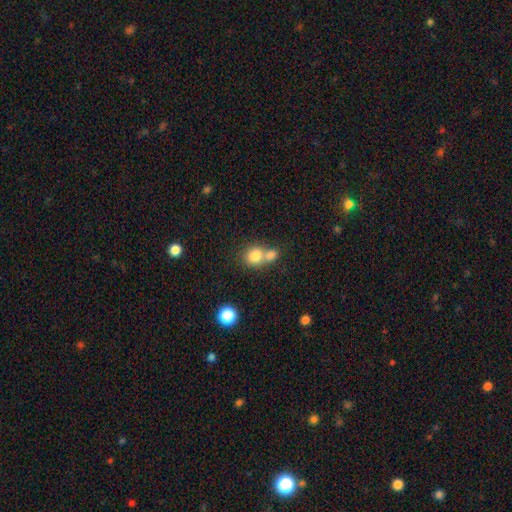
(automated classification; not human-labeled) Morphology: type=smooth (79%); roundness=round (73%); merging=merger (55%).